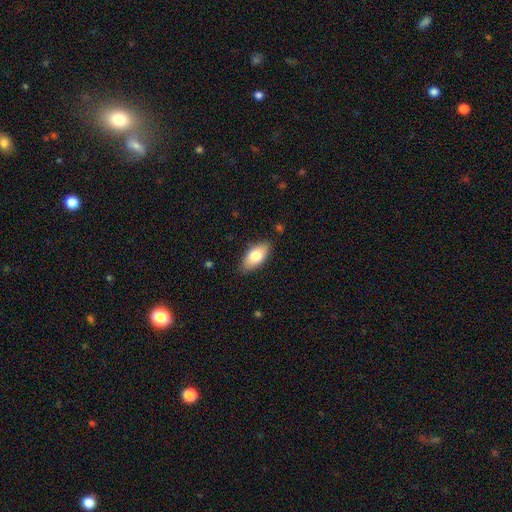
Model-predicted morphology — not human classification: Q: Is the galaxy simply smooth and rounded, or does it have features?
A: smooth — 78%.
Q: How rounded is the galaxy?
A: in between — 90%.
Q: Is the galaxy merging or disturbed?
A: none — 84%.